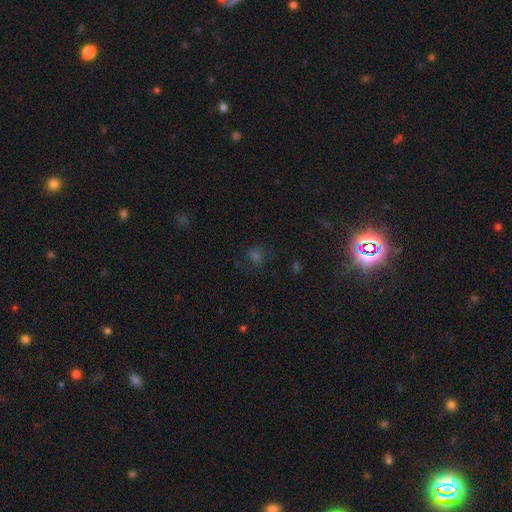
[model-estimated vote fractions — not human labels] Q: Smooth or featured?
A: star or artifact (46%); runner-up: smooth (42%)